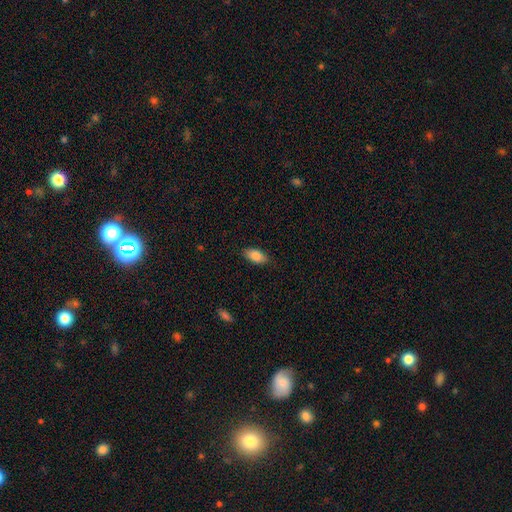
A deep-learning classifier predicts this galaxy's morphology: The model was most divided on "merging": none: 85%, minor disturbance: 12%, major disturbance: 2%, merger: 1%. More confident: how rounded — in between (89%); smooth or featured — smooth (84%).